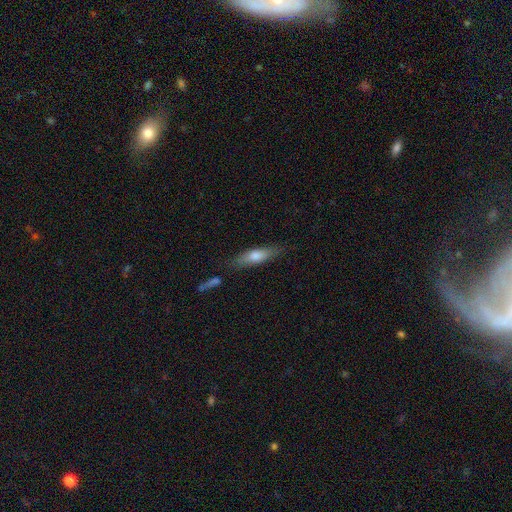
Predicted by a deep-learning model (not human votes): A smooth galaxy with no disk features (62%) that is cigar-shaped (67%).

Vote fractions:
- Smooth or featured? smooth: 62% / featured or disk: 31% / star or artifact: 7%
- How rounded? cigar-shaped: 67% / in between: 31% / round: 2%
- Merging? none: 77% / minor disturbance: 14% / merger: 6% / major disturbance: 3%